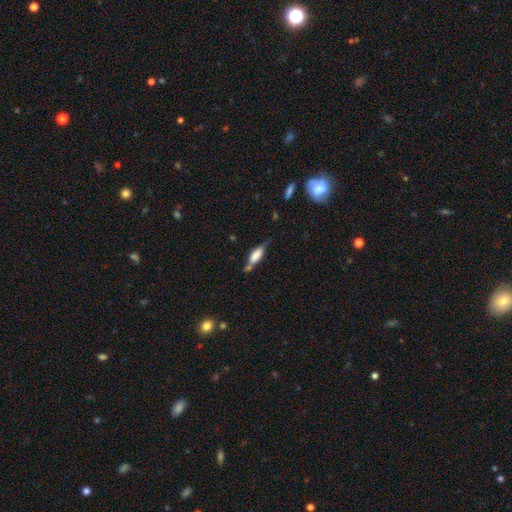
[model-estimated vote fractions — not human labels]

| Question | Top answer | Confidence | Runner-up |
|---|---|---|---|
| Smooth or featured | smooth | 61% | featured or disk (31%) |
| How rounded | in between | 58% | cigar-shaped (40%) |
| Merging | none | 50% | minor disturbance (26%) |